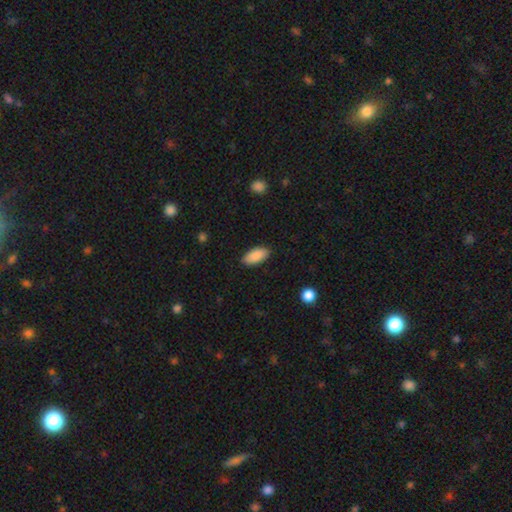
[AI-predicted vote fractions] Smooth or featured?
  - smooth: 89% *
  - star or artifact: 6%
  - featured or disk: 5%
How rounded?
  - in between: 91% *
  - cigar-shaped: 7%
  - round: 2%
Merging?
  - none: 88% *
  - minor disturbance: 9%
  - major disturbance: 2%
  - merger: 1%